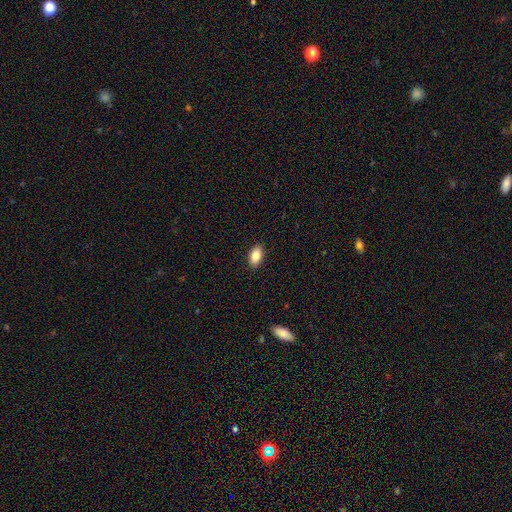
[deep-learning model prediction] Smooth or featured?
  - smooth: 83% *
  - featured or disk: 9%
  - star or artifact: 7%
How rounded?
  - in between: 92% *
  - round: 5%
  - cigar-shaped: 3%
Merging?
  - none: 90% *
  - minor disturbance: 7%
  - major disturbance: 2%
  - merger: 1%